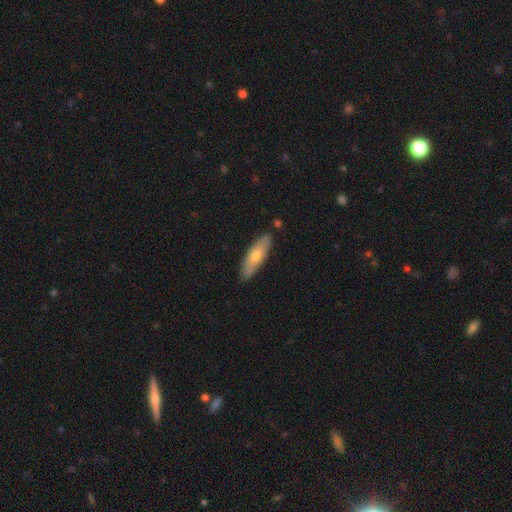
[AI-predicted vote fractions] Overall: smooth (61%; featured or disk 33%). How rounded: cigar-shaped (52%; in between 46%). Merging: none (83%).